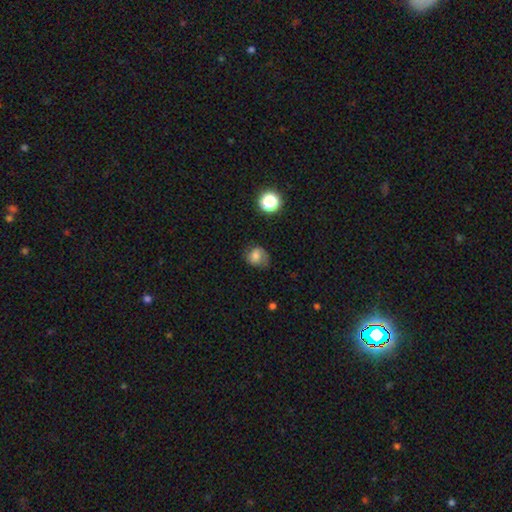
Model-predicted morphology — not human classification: This appears to be a smooth galaxy with no disk features (65%) that is round (66%). Merging: none (56%).